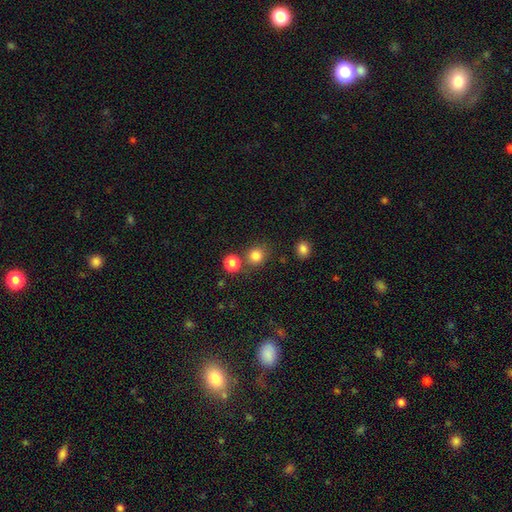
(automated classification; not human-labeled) A smooth galaxy with no disk features (82%) that is round (85%).

Vote fractions:
- Smooth or featured? smooth: 82% / star or artifact: 13% / featured or disk: 5%
- How rounded? round: 85% / in between: 14% / cigar-shaped: 1%
- Merging? none: 73% / merger: 14% / minor disturbance: 9% / major disturbance: 4%